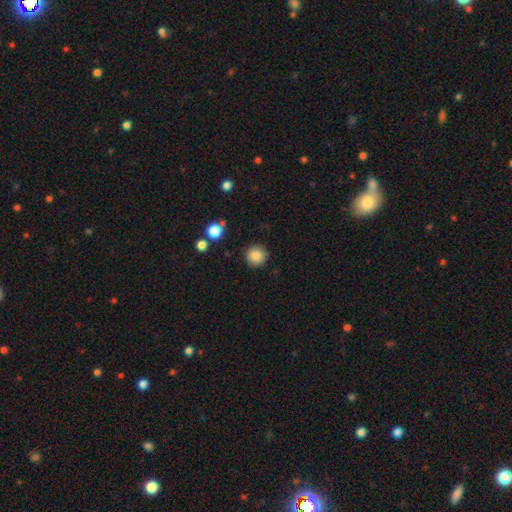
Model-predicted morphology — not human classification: Smooth or featured? Predicted: smooth (p=0.86). How rounded? Predicted: round (p=0.95). Merging? Predicted: none (p=0.90).